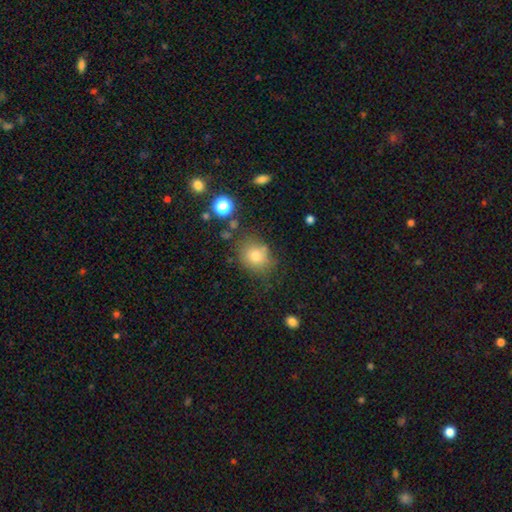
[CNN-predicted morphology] A smooth galaxy with no disk features (78%) that is round (58%).

Vote fractions:
- Smooth or featured? smooth: 78% / star or artifact: 12% / featured or disk: 10%
- How rounded? round: 58% / in between: 41% / cigar-shaped: 1%
- Merging? none: 72% / minor disturbance: 17% / major disturbance: 5% / merger: 5%